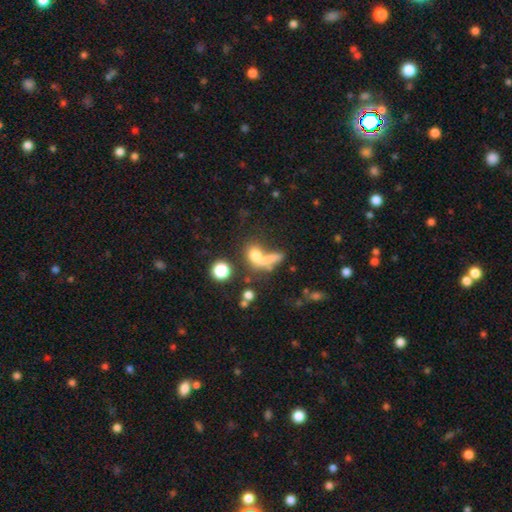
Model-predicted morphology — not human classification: smooth-or-featured: smooth: 64% | featured or disk: 19% | star or artifact: 18%
  how-rounded: round: 49% | in between: 36% | cigar-shaped: 15%
  merging: merger: 38% | none: 37% | major disturbance: 14% | minor disturbance: 11%